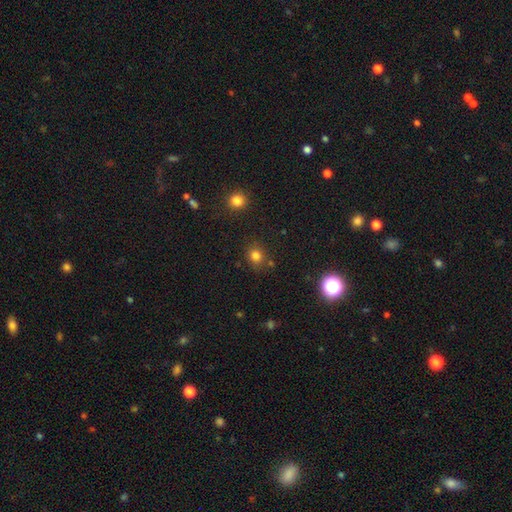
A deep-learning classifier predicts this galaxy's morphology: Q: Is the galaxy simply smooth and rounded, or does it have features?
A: smooth — 78%.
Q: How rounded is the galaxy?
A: round — 80%.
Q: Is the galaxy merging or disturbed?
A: none — 80%.